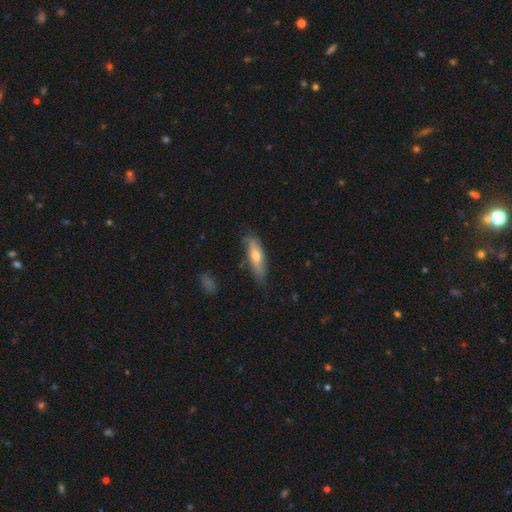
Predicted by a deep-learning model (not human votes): A smooth galaxy with no disk features (53%) that is cigar-shaped (54%). Merging: none (72%).